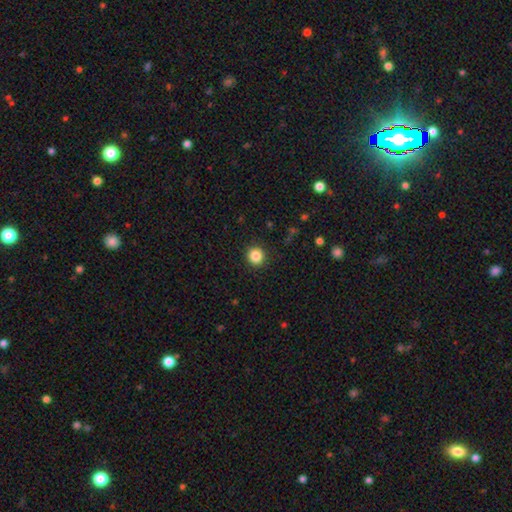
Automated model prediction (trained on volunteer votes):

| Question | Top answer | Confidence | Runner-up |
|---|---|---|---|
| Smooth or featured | smooth | 85% | star or artifact (11%) |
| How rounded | round | 93% | in between (6%) |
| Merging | none | 92% | minor disturbance (5%) |